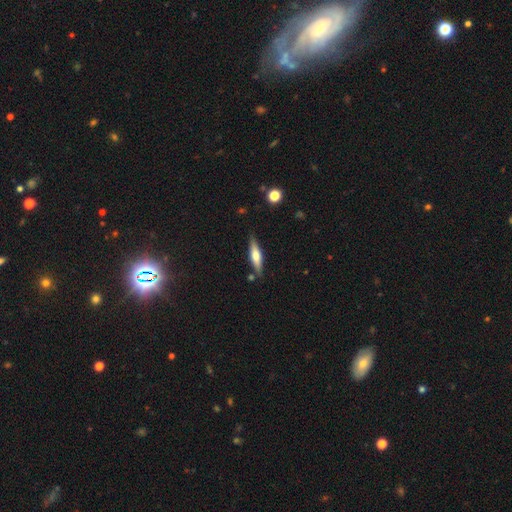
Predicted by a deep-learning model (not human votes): Smooth or featured: featured or disk — 51% (smooth — 43%)
Edge-on disk: yes — 93% (no — 7%)
Merging: none — 82% (minor disturbance — 12%)